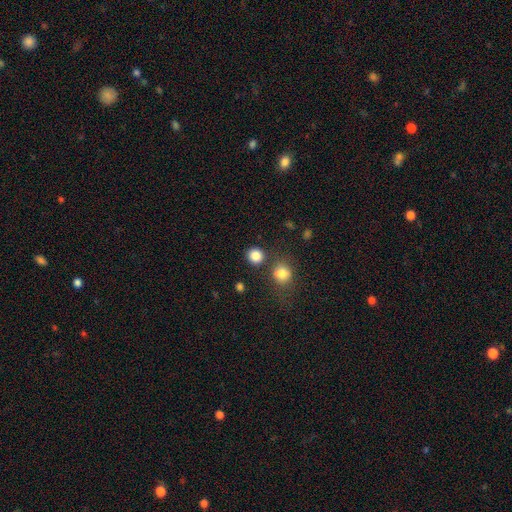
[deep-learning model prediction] This appears to be a smooth galaxy with no disk features (85%) that is round (88%). Merging: none (81%).